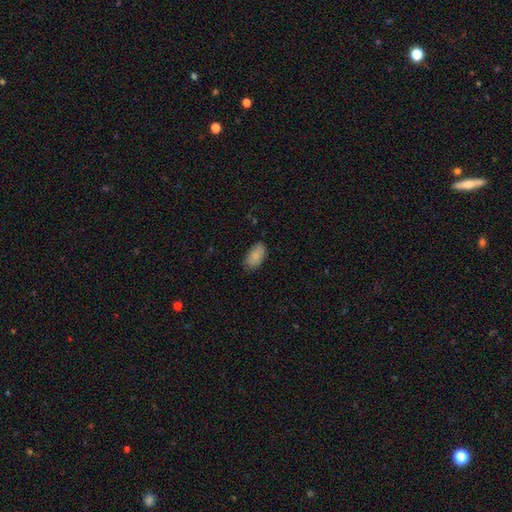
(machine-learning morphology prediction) smooth_or_featured: smooth (p=0.86) [alt: featured or disk p=0.07]
how_rounded: in between (p=0.94) [alt: cigar-shaped p=0.03]
merging: none (p=0.80) [alt: minor disturbance p=0.16]